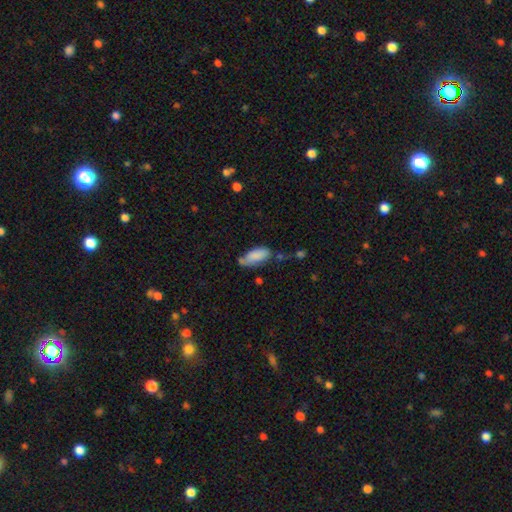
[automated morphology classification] Q: Smooth or featured?
A: smooth (81%); runner-up: featured or disk (12%)
Q: How rounded?
A: in between (85%); runner-up: cigar-shaped (13%)
Q: Merging?
A: none (44%); runner-up: minor disturbance (33%)